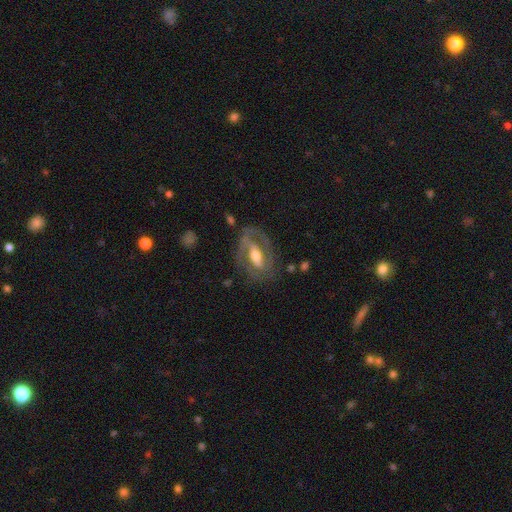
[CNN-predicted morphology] This is likely a featured or disk galaxy (78%). It is clearly not viewed edge-on (91%). Bar: possibly strong (50%). Spiral arm pattern: likely yes (77%). Spiral arm count: likely 2 (72%). Spiral winding: marginally medium (43%). Central bulge: likely moderate (64%). Merging: likely none (68%).